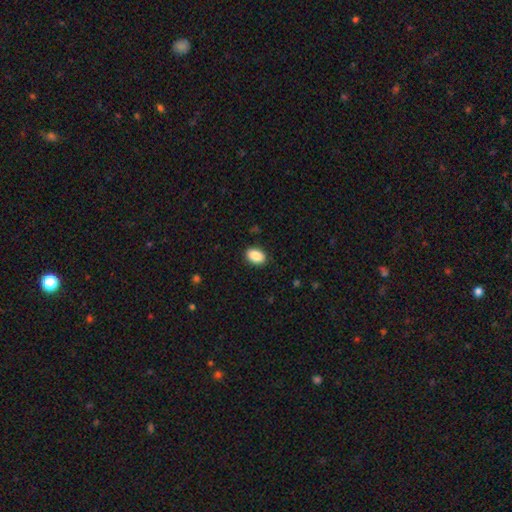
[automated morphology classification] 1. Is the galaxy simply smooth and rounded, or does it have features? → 89% smooth, 7% star or artifact, 3% featured or disk.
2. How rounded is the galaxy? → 88% in between, 11% round, 1% cigar-shaped.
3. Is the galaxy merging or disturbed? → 89% none, 8% minor disturbance, 2% major disturbance, 1% merger.